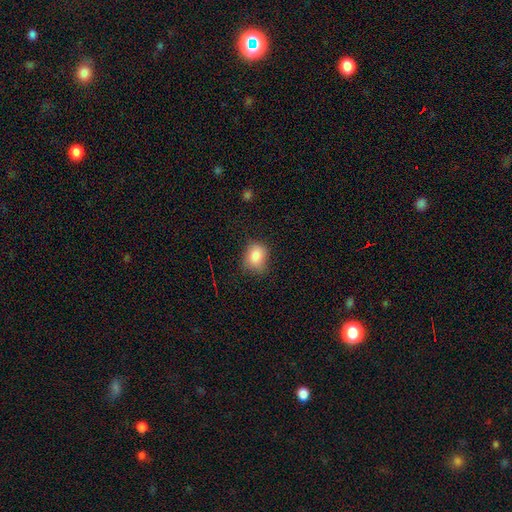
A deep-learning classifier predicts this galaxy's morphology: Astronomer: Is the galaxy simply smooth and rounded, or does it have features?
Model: smooth — 85%.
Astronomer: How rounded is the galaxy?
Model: in between — 53% (runner-up: round, 45%).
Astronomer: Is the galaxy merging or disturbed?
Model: none — 68%.